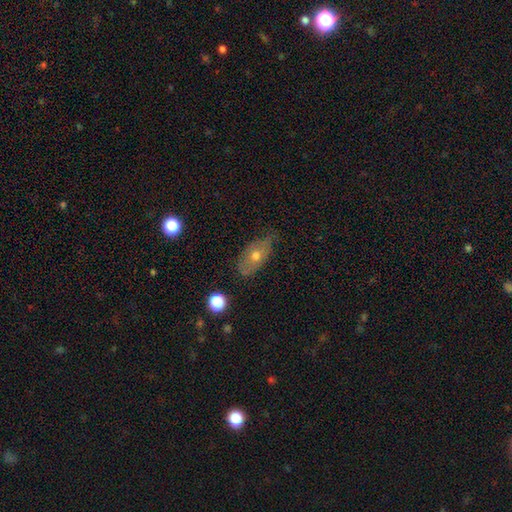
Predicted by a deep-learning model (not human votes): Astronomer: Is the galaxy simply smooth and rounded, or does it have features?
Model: smooth — 52% (runner-up: featured or disk, 38%).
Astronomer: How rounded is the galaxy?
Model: in between — 83%.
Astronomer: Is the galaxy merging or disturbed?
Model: none — 64%.